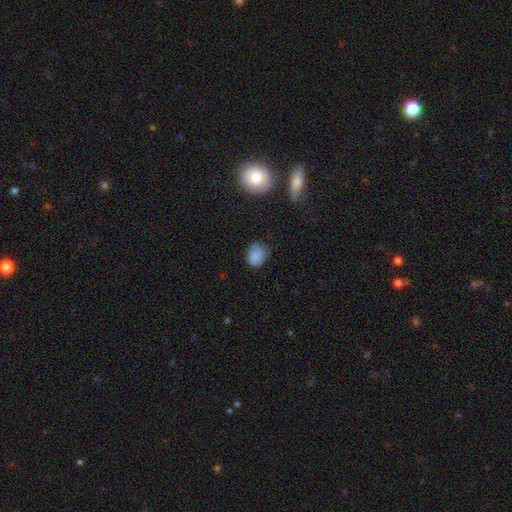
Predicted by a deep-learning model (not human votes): Smooth or featured? smooth (83%)
How rounded? in between (51%)
Merging? none (68%)